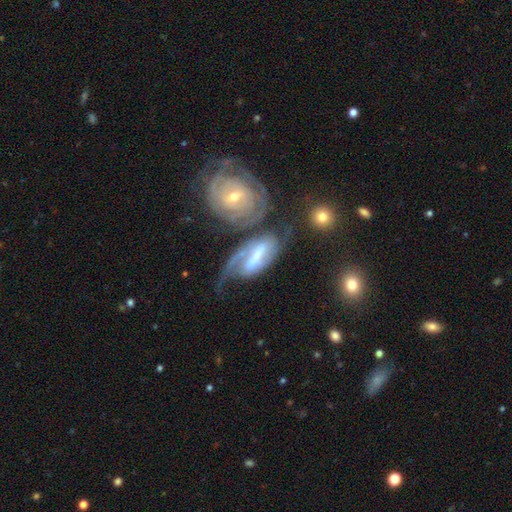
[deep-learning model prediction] Smooth or featured: featured or disk — 76% (smooth — 17%)
Edge-on disk: no — 92% (yes — 8%)
Bar: strong — 55% (weak — 31%)
Spiral arms: yes — 90% (no — 10%)
Spiral winding: tight — 42% (medium — 37%)
Spiral arm count: 2 — 56% (can't tell — 19%)
Bulge size: small — 42% (moderate — 36%)
Merging: none — 34% (major disturbance — 24%)